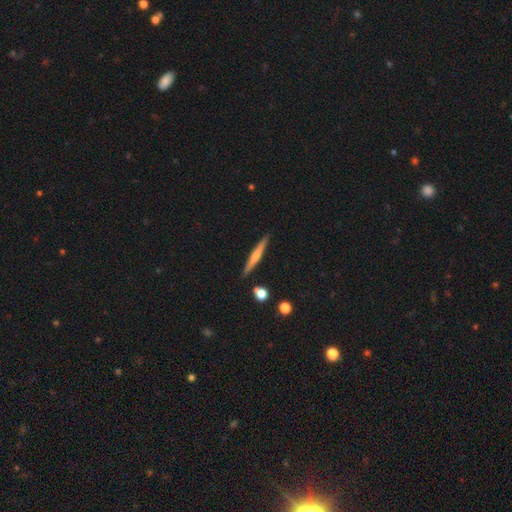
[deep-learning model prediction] A featured or disk galaxy (52%) viewed edge-on (97%) with a rounded central bulge (60%). Merging: none (89%).